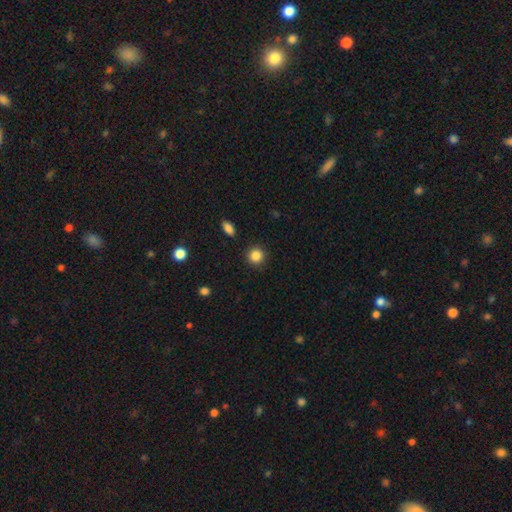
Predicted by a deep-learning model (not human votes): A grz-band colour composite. It shows a smooth galaxy with no disk features (86%) that is round (92%). Merging: none (91%).